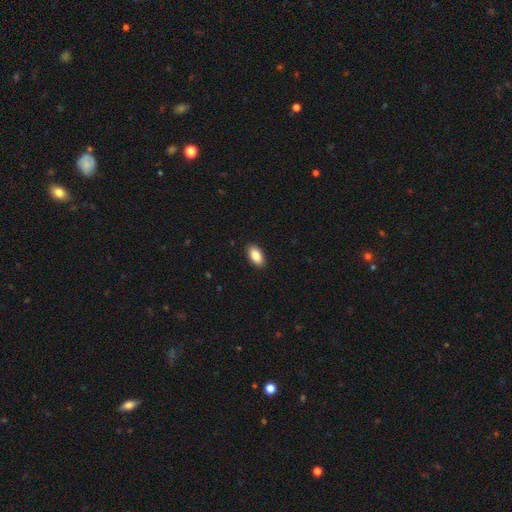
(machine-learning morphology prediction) Smooth or featured? Predicted: smooth (p=0.86). How rounded? Predicted: in between (p=0.93). Merging? Predicted: none (p=0.90).